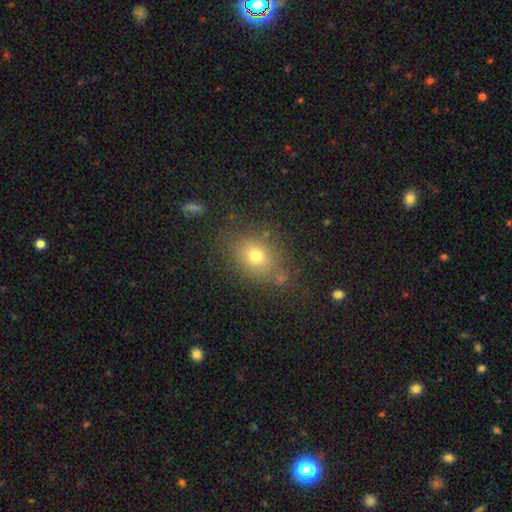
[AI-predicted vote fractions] Smooth or featured? Predicted: smooth (p=0.72). How rounded? Predicted: in between (p=0.53). Merging? Predicted: none (p=0.74).